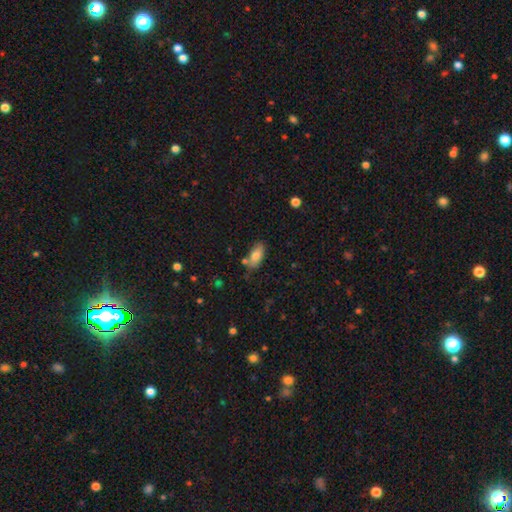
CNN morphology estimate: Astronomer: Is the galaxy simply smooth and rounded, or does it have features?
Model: smooth — 80%.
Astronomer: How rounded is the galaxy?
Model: in between — 89%.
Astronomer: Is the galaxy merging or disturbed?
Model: none — 72%.